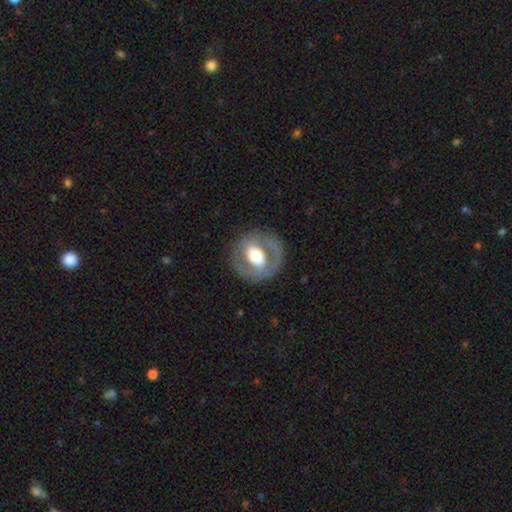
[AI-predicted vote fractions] A featured or disk galaxy (63%) with no bar (41%), no spiral arms (62%) and a moderate central bulge (53%). Merging: none (79%).